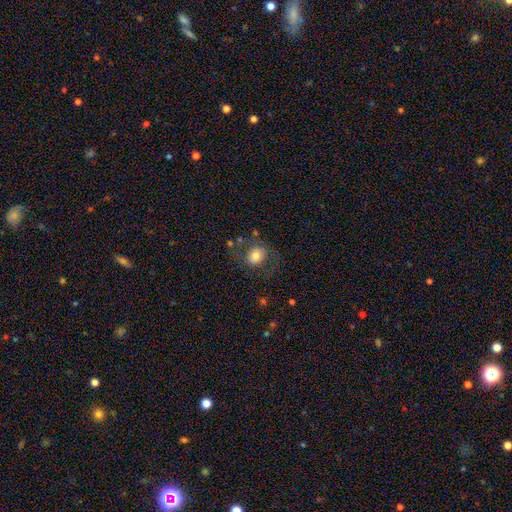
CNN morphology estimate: Overall: smooth (69%). How rounded: round (67%; in between 32%). Merging: none (66%).